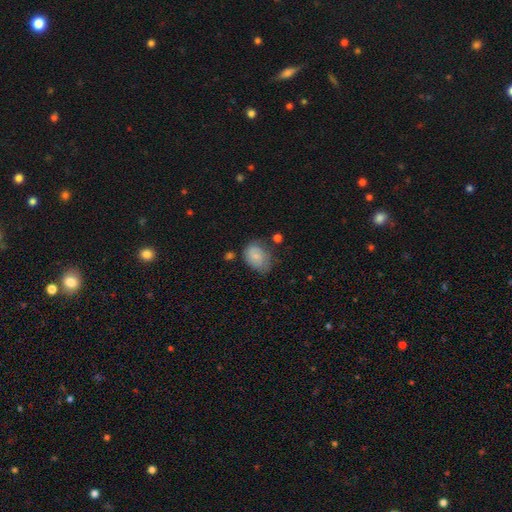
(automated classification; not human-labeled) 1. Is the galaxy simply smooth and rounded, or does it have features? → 75% smooth, 17% featured or disk, 8% star or artifact.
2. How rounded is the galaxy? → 69% in between, 30% round, 1% cigar-shaped.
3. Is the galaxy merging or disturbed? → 52% none, 33% minor disturbance, 11% major disturbance, 5% merger.